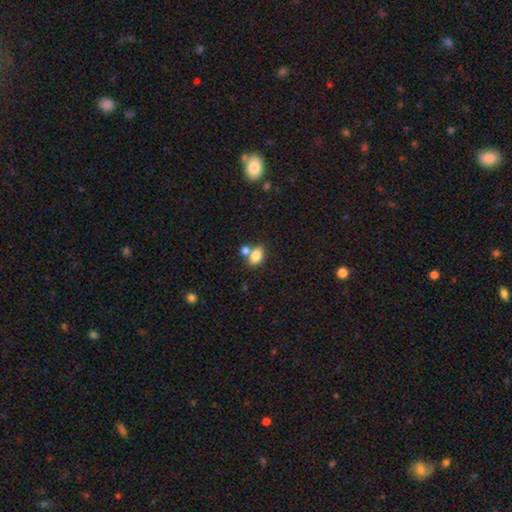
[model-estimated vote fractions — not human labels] A smooth galaxy with no disk features (83%) that is in between round and cigar-shaped (81%).

Vote fractions:
- Smooth or featured? smooth: 83% / star or artifact: 9% / featured or disk: 8%
- How rounded? in between: 81% / round: 17% / cigar-shaped: 2%
- Merging? none: 50% / merger: 36% / minor disturbance: 11% / major disturbance: 4%